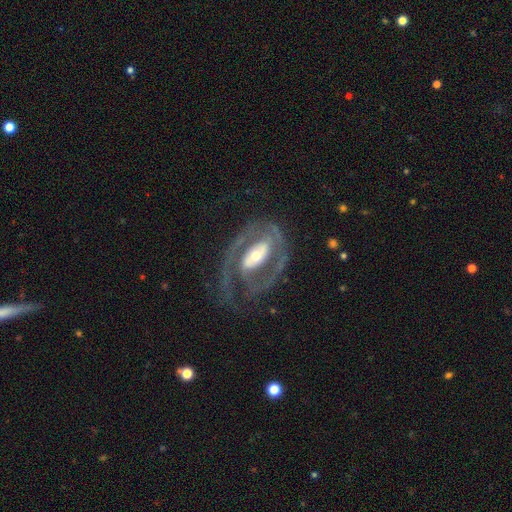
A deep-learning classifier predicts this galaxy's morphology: This appears to be a featured or disk galaxy (87%) with a strong bar (40%), 2 (69%) medium (43%, tied with tight) spiral arms (88%) and a moderate central bulge (53%). Merging: none (59%).